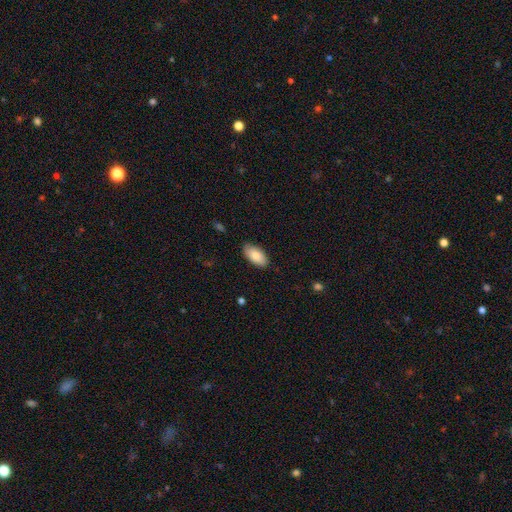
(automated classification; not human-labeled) Smooth or featured? smooth (85%)
How rounded? in between (94%)
Merging? none (86%)